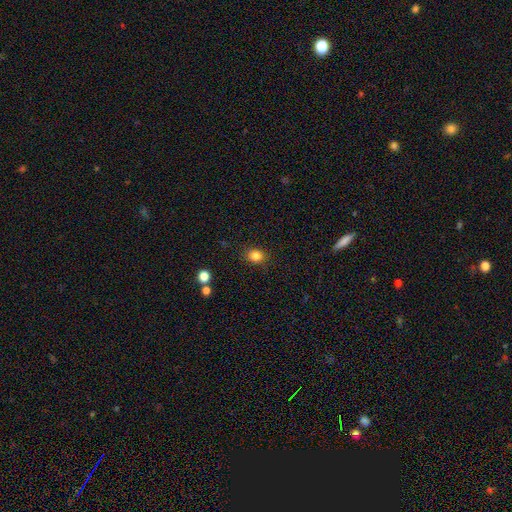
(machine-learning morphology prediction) Smooth or featured? smooth (84%)
How rounded? round (59%)
Merging? none (86%)